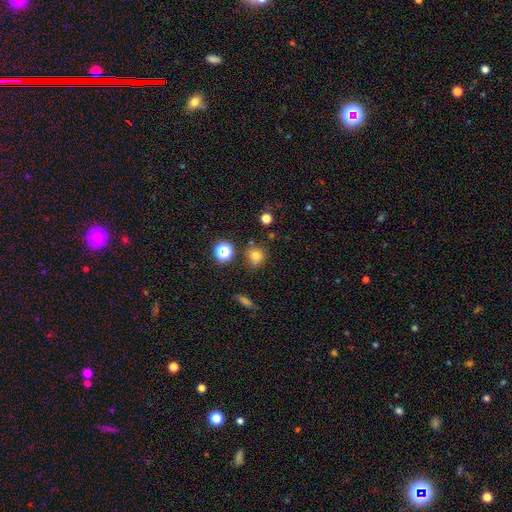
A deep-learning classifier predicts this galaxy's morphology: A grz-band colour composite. It shows a smooth galaxy with no disk features (73%) that is round (82%). Merging: none (75%).